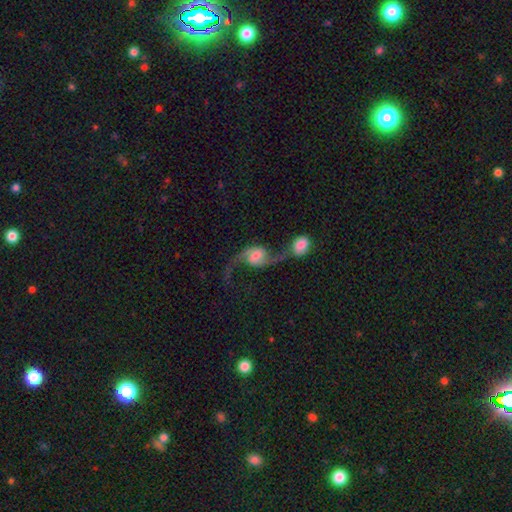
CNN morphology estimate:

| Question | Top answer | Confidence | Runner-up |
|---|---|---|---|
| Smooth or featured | featured or disk | 81% | smooth (13%) |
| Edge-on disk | no | 97% | yes (3%) |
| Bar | weak | 45% | no (38%) |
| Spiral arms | yes | 94% | no (6%) |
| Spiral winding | loose | 85% | medium (12%) |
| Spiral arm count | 2 | 89% | 1 (6%) |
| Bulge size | moderate | 39% | small (29%) |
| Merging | merger | 53% | none (26%) |